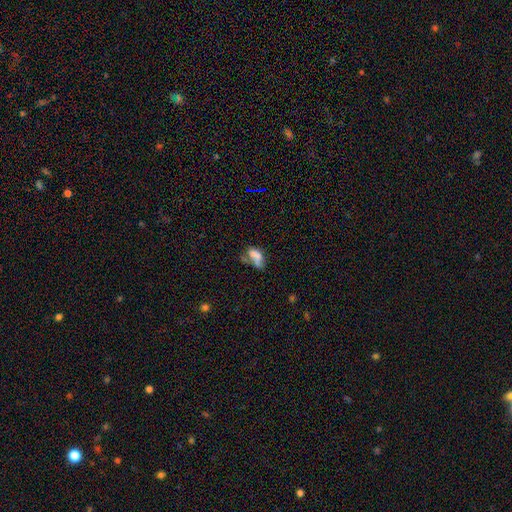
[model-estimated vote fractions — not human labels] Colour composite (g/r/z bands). It shows a smooth galaxy with no disk features (61%) that is in between round and cigar-shaped (85%). Merging: merger (35%).